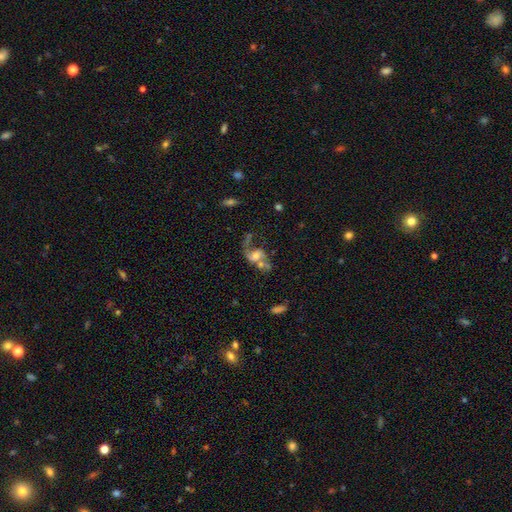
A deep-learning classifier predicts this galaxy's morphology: smooth-or-featured: featured or disk: 65% | smooth: 25% | star or artifact: 10%
  disk-edge-on: no: 96% | yes: 4%
    bar: no: 60% | weak: 31% | strong: 9%
    has-spiral-arms: yes: 81% | no: 19%
      spiral-winding: loose: 72% | medium: 23% | tight: 5%
      spiral-arm-count: 2: 50% | 1: 43% | can't tell: 5% | 3: 1% | 4: 1% | more than 4: 1%
    bulge-size: moderate: 43% | small: 22% | large: 21% | none: 11% | dominant: 3%
  merging: merger: 38% | major disturbance: 27% | none: 24% | minor disturbance: 12%